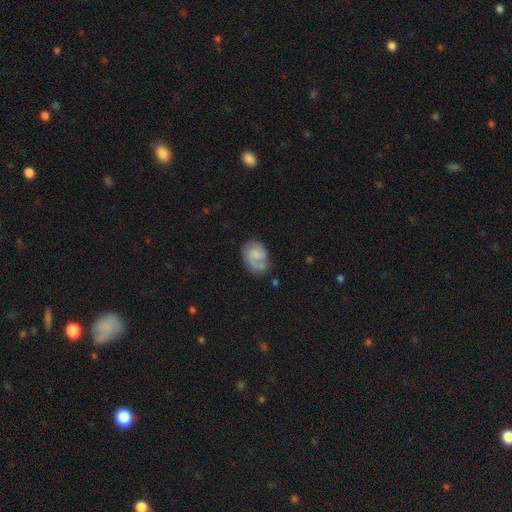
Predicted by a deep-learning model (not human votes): This is possibly a smooth galaxy (48%). Merging: marginally none (45%).